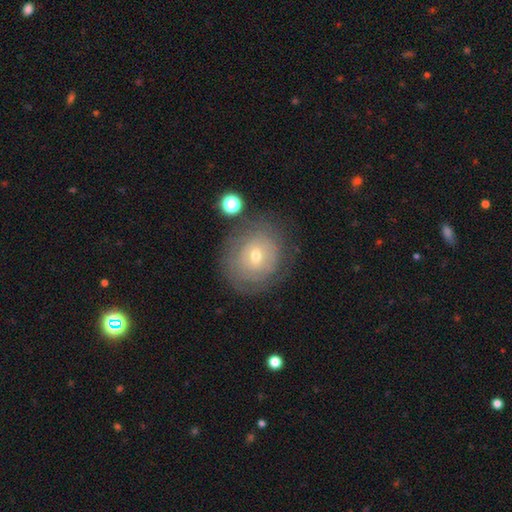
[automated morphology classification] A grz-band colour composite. It shows a featured or disk galaxy (53%) with no bar (66%), spiral arms (65%) and a small central bulge (58%). Merging: none (75%).